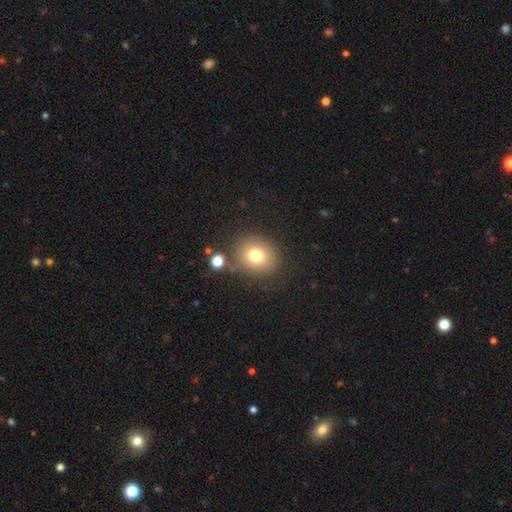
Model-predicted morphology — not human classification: smooth_or_featured: smooth (p=0.76) [alt: star or artifact p=0.13]
how_rounded: round (p=0.74) [alt: in between p=0.25]
merging: none (p=0.79) [alt: minor disturbance p=0.11]